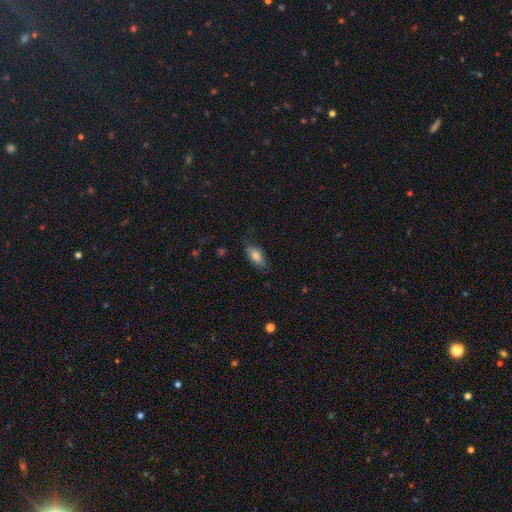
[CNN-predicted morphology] Smooth or featured? Predicted: smooth (p=0.79). How rounded? Predicted: in between (p=0.83). Merging? Predicted: none (p=0.74).